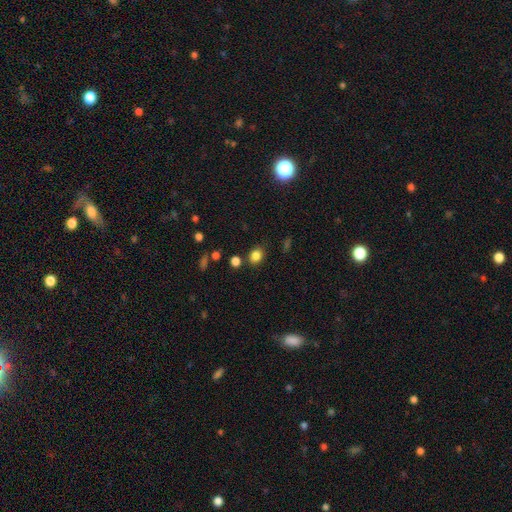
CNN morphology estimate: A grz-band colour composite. It shows a smooth galaxy with no disk features (83%) that is round (56%). Merging: none (80%).